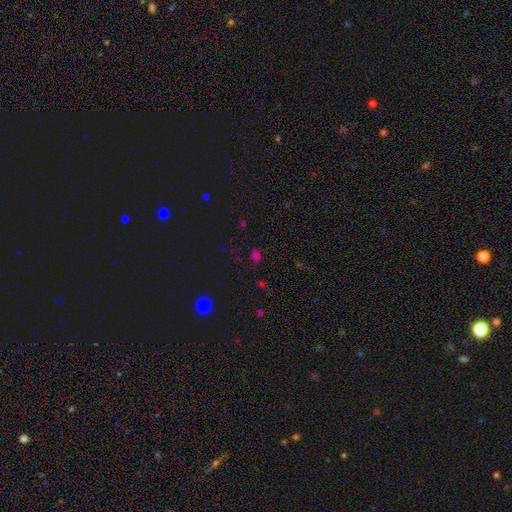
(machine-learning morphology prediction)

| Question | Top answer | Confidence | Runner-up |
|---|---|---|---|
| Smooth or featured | smooth | 52% | star or artifact (39%) |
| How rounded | in between | 52% | round (47%) |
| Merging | none | 68% | minor disturbance (18%) |